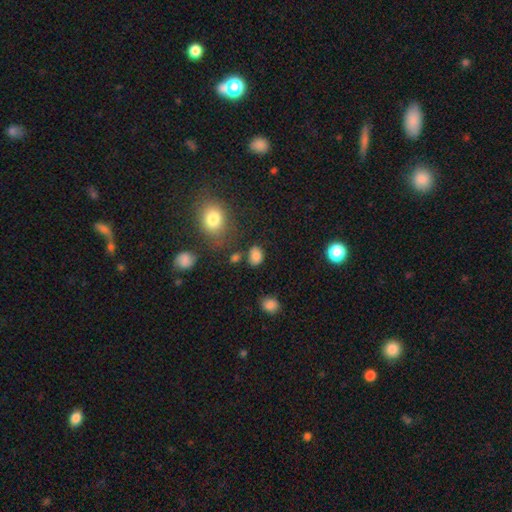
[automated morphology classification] type=smooth (83%); roundness=in between (66%); merging=none (74%).